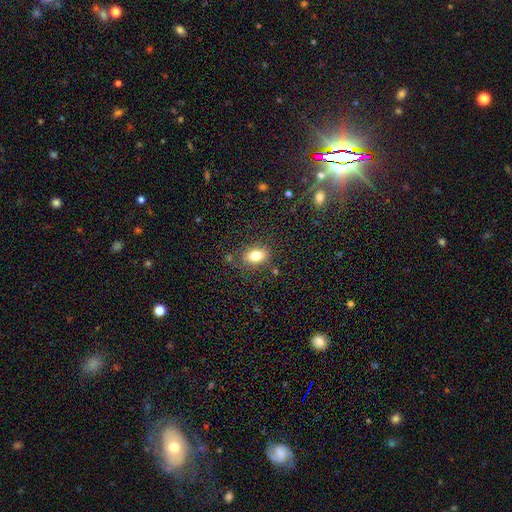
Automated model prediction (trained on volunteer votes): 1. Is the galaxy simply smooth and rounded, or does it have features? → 80% smooth, 10% featured or disk, 10% star or artifact.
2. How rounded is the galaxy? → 82% in between, 16% round, 2% cigar-shaped.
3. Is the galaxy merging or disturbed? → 80% none, 13% minor disturbance, 4% major disturbance, 3% merger.